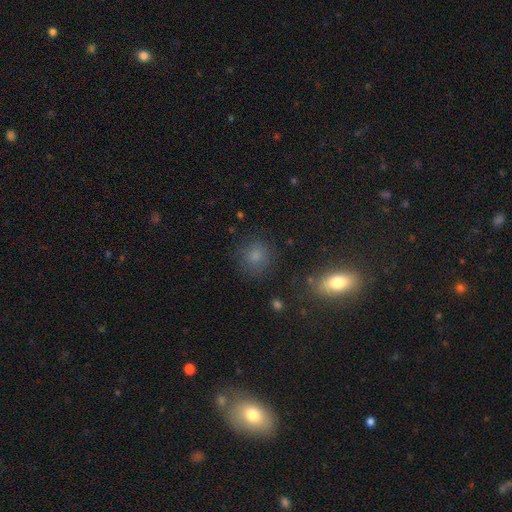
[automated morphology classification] Smooth or featured? smooth (76%)
How rounded? round (82%)
Merging? none (80%)